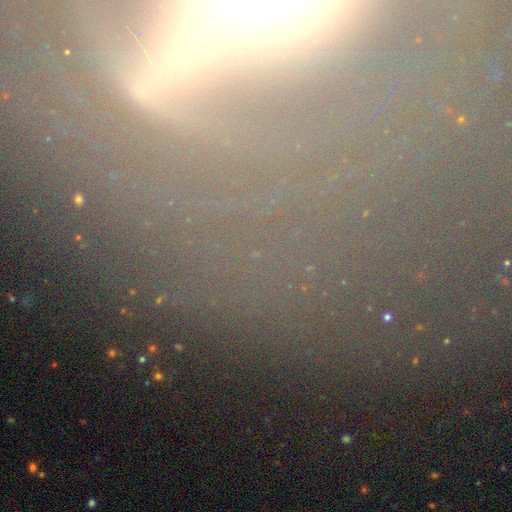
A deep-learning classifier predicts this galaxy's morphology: A star or artifact, not a galaxy (64%).